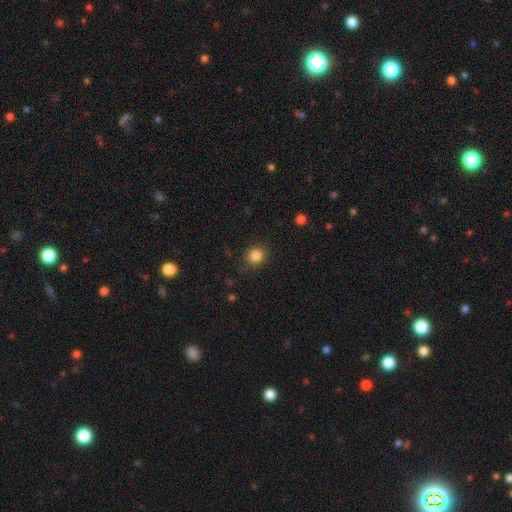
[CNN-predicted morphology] smooth 84%, star or artifact 11%, featured or disk 5%. Down the decision tree: how rounded — round (86%); merging — none (84%).